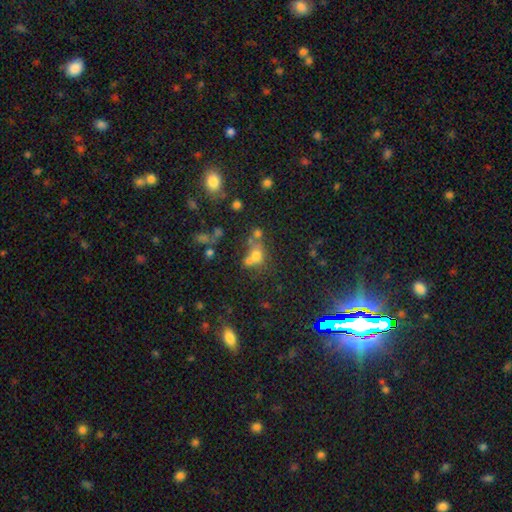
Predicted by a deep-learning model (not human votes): This is possibly a smooth galaxy (58%). How rounded: possibly round (59%). Merging: marginally merger (40%).